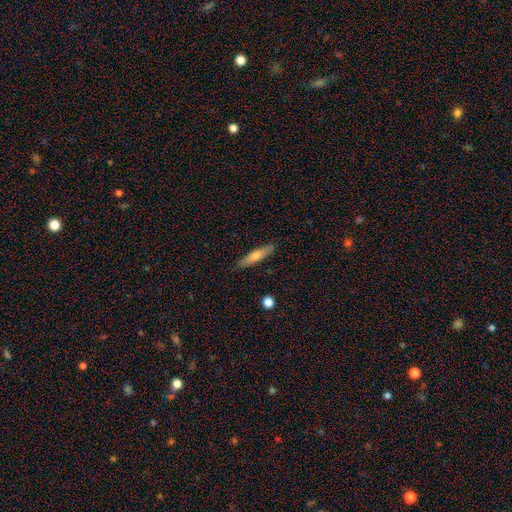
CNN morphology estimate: A smooth galaxy with no disk features (60%) that is cigar-shaped (82%).

Vote fractions:
- Smooth or featured? smooth: 60% / featured or disk: 34% / star or artifact: 6%
- How rounded? cigar-shaped: 82% / in between: 16% / round: 2%
- Merging? none: 87% / minor disturbance: 10% / major disturbance: 2% / merger: 1%